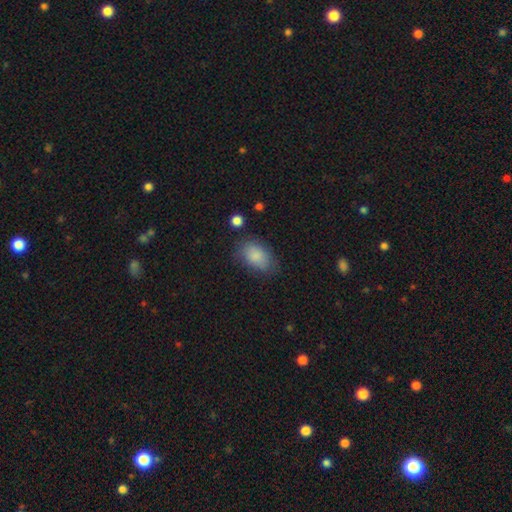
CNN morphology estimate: Smooth or featured?
  - smooth: 85% *
  - star or artifact: 7%
  - featured or disk: 7%
How rounded?
  - in between: 89% *
  - round: 10%
  - cigar-shaped: 2%
Merging?
  - none: 71% *
  - minor disturbance: 20%
  - major disturbance: 6%
  - merger: 2%